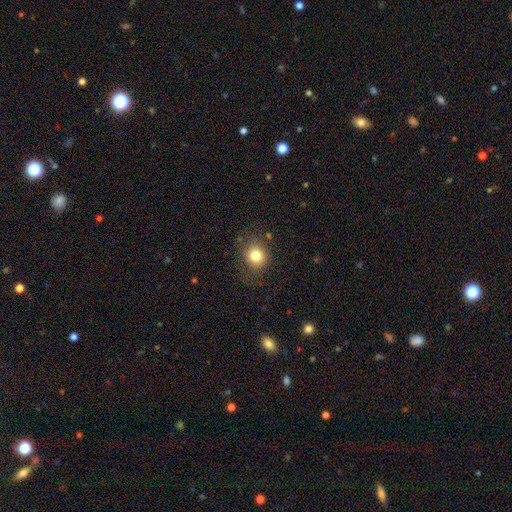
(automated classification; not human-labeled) The model was most divided on "how rounded": round: 74%, in between: 25%, cigar-shaped: 1%. More confident: smooth or featured — smooth (80%); merging — none (77%).